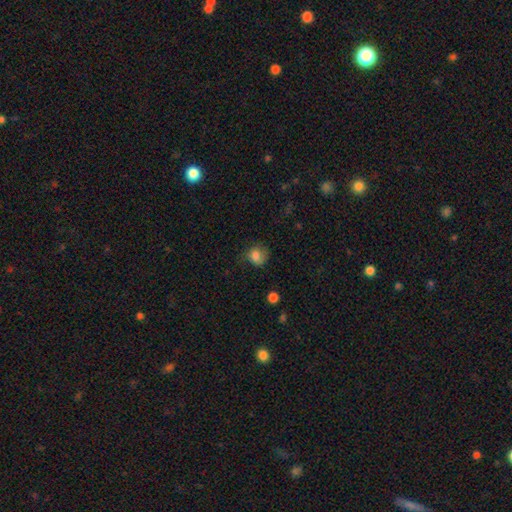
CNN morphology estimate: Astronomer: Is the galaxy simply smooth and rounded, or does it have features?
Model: smooth — 81%.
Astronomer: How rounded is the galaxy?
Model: round — 72%.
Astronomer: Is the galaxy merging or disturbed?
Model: none — 58%.